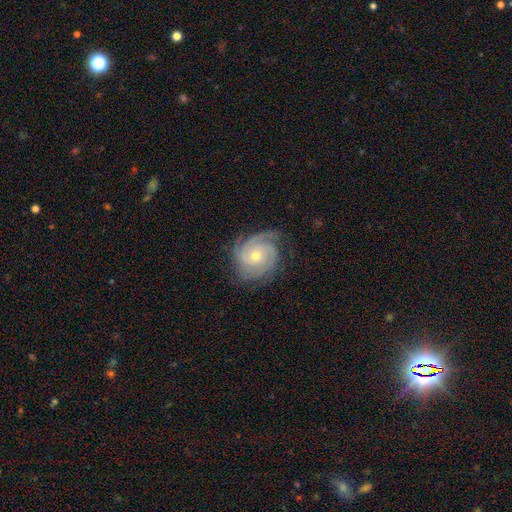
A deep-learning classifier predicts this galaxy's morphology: A featured or disk galaxy (87%) with no bar (74%), 3 (40%) tight (69%) spiral arms (98%) and a small central bulge (53%). Merging: none (75%).